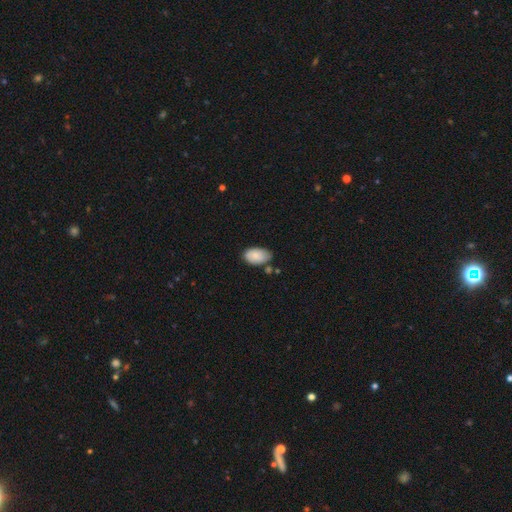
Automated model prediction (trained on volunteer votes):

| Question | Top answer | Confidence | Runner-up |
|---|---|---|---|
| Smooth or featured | smooth | 84% | featured or disk (9%) |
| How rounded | in between | 94% | round (4%) |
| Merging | none | 68% | minor disturbance (22%) |